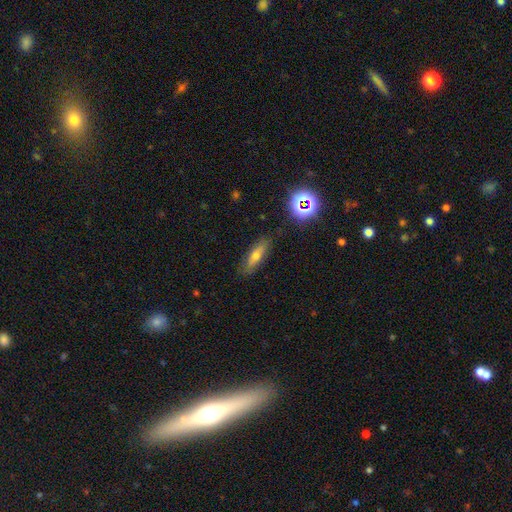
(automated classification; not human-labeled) smooth-or-featured: smooth: 57% | featured or disk: 30% | star or artifact: 13%
  how-rounded: cigar-shaped: 55% | in between: 40% | round: 5%
  merging: none: 85% | minor disturbance: 11% | major disturbance: 3% | merger: 2%